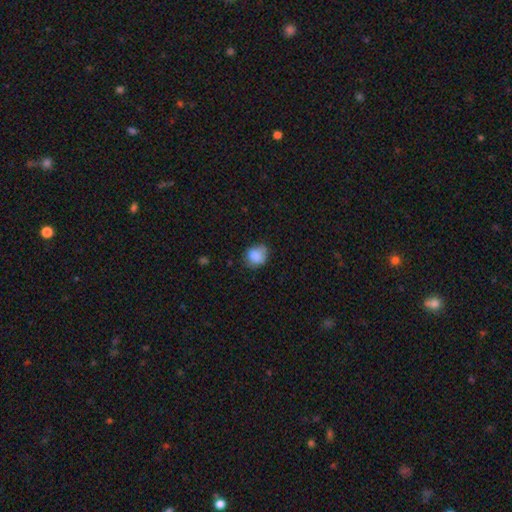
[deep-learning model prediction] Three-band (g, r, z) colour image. It shows a smooth galaxy with no disk features (84%) that is round (68%). Merging: none (64%).